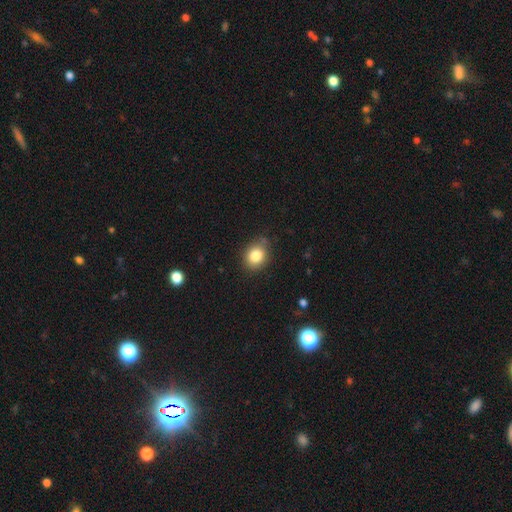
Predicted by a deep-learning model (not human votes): Smooth or featured?
  - smooth: 83% *
  - star or artifact: 10%
  - featured or disk: 7%
How rounded?
  - round: 58% *
  - in between: 41%
  - cigar-shaped: 1%
Merging?
  - none: 81% *
  - minor disturbance: 14%
  - major disturbance: 3%
  - merger: 2%